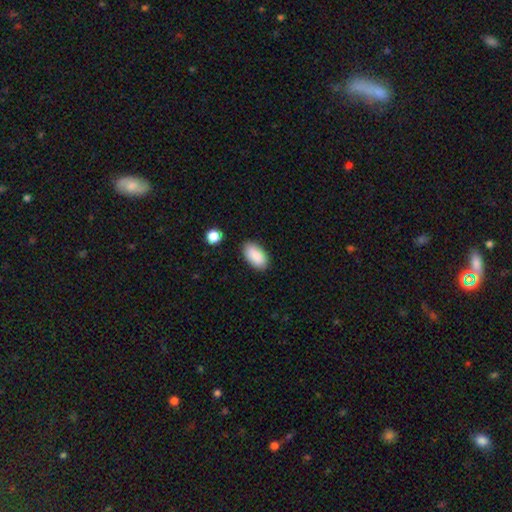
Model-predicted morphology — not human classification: Overall: smooth (89%). How rounded: in between (95%). Merging: none (85%).